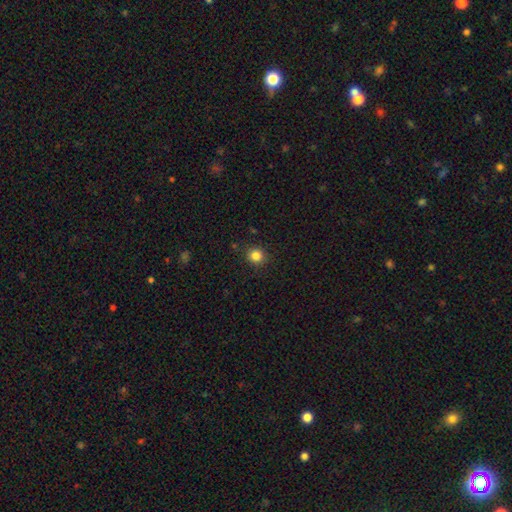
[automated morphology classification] Smooth or featured? smooth (83%)
How rounded? round (90%)
Merging? none (90%)